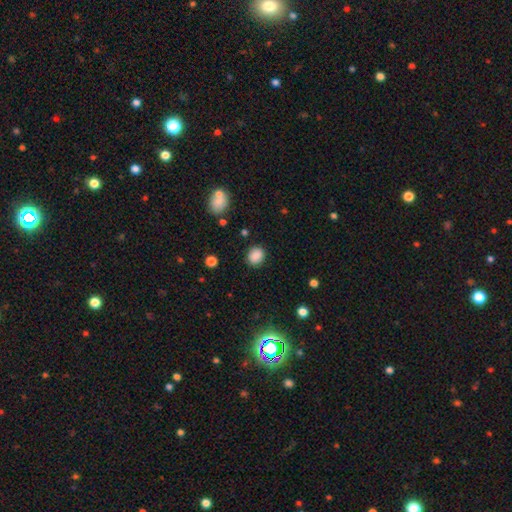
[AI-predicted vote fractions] Overall: smooth (86%). How rounded: round (61%; in between 38%). Merging: none (85%).